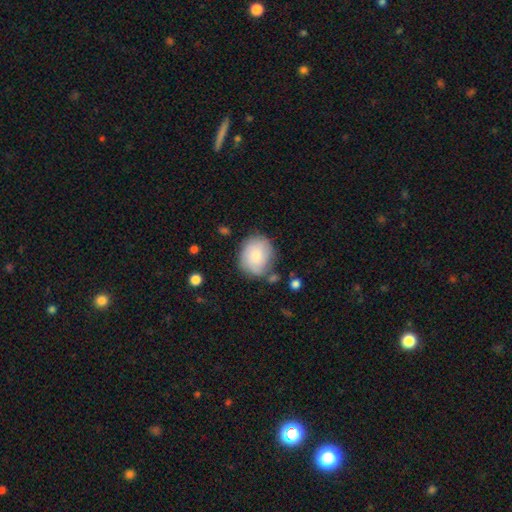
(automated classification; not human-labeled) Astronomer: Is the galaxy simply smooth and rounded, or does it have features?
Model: smooth — 77%.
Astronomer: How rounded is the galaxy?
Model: round — 61% (runner-up: in between, 38%).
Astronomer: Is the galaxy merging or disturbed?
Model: none — 69%.